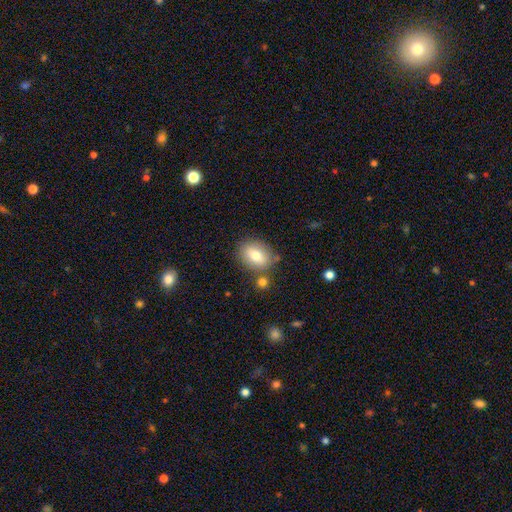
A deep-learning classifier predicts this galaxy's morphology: This is likely a smooth galaxy (77%). How rounded: likely in between (76%). Merging: likely none (74%).